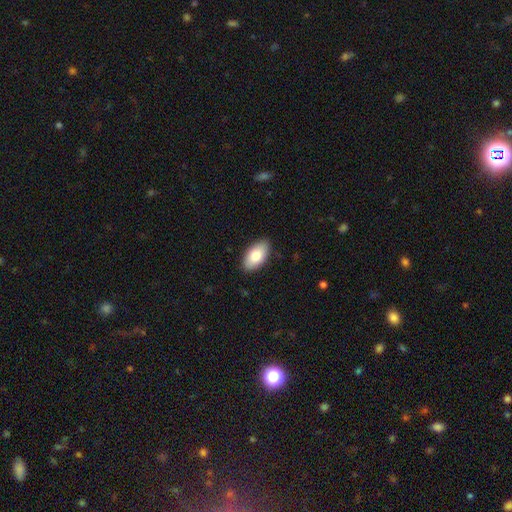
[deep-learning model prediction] Q: Smooth or featured?
A: smooth (80%); runner-up: featured or disk (14%)
Q: How rounded?
A: in between (95%); runner-up: round (3%)
Q: Merging?
A: none (87%); runner-up: minor disturbance (10%)